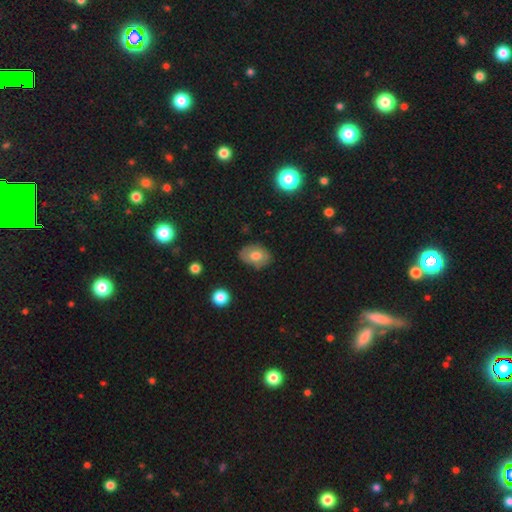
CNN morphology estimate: type=smooth (67%); roundness=in between (79%); merging=none (76%).